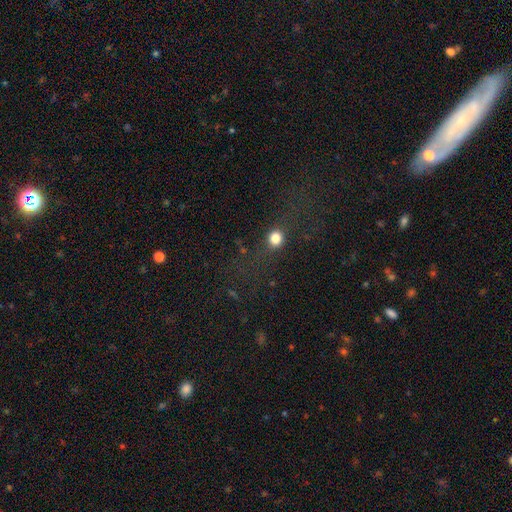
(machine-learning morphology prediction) Smooth or featured: star or artifact — 45% (smooth — 31%)